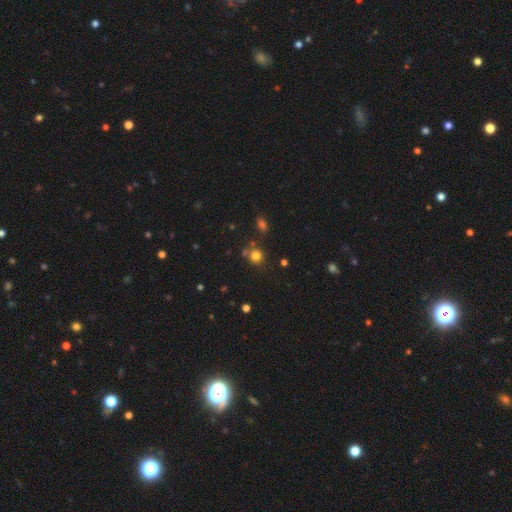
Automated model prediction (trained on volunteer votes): Morphology: type=smooth (77%); roundness=round (87%); merging=none (70%).